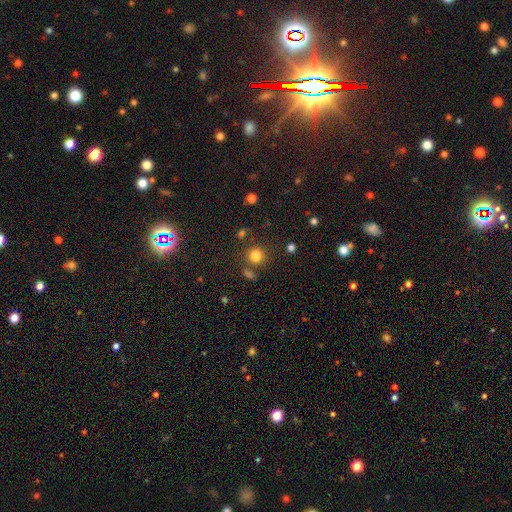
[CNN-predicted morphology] type=smooth (80%); roundness=round (89%); merging=none (77%).